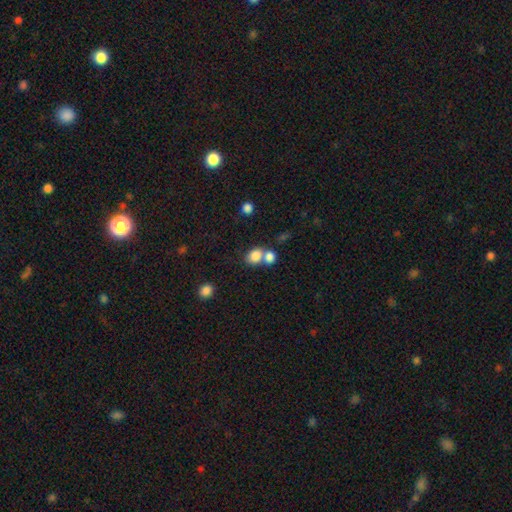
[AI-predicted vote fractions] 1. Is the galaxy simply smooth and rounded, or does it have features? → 82% smooth, 10% star or artifact, 8% featured or disk.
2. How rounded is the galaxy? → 56% in between, 43% round, 1% cigar-shaped.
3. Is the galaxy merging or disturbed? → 54% merger, 34% none, 8% minor disturbance, 4% major disturbance.